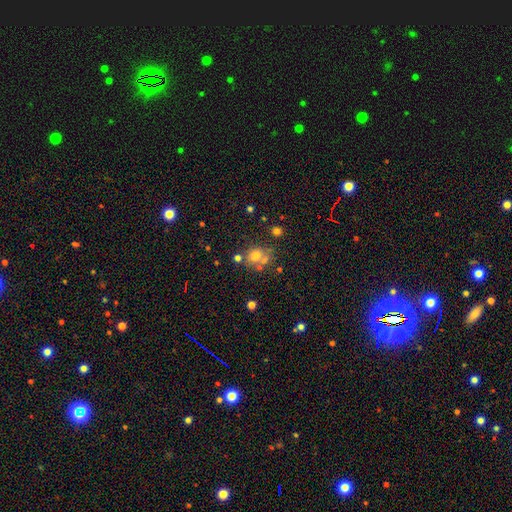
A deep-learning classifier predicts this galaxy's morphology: This appears to be a smooth galaxy with no disk features (69%) that is round (73%). Merging: none (55%).